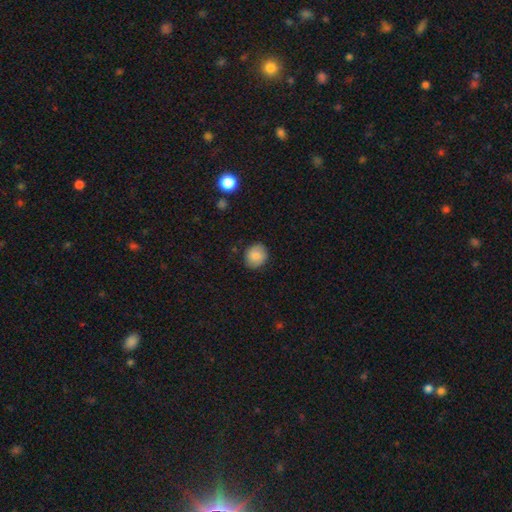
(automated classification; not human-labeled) Q: Smooth or featured?
A: smooth (84%); runner-up: featured or disk (9%)
Q: How rounded?
A: round (80%); runner-up: in between (19%)
Q: Merging?
A: none (87%); runner-up: minor disturbance (9%)